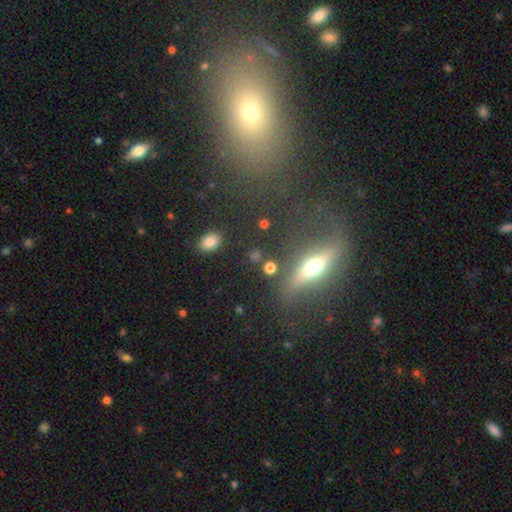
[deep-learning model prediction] Q: Smooth or featured?
A: smooth (58%); runner-up: featured or disk (26%)
Q: How rounded?
A: in between (43%); runner-up: round (39%)
Q: Merging?
A: none (81%); runner-up: minor disturbance (9%)